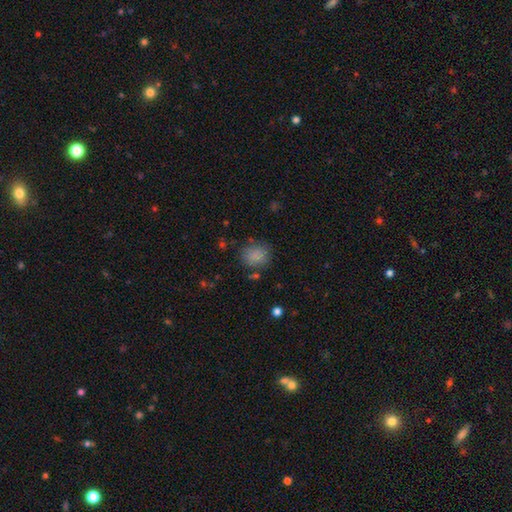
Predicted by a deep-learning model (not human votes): A smooth galaxy with no disk features (82%) that is round (73%).

Vote fractions:
- Smooth or featured? smooth: 82% / star or artifact: 11% / featured or disk: 7%
- How rounded? round: 73% / in between: 26% / cigar-shaped: 1%
- Merging? none: 75% / minor disturbance: 15% / major disturbance: 6% / merger: 4%